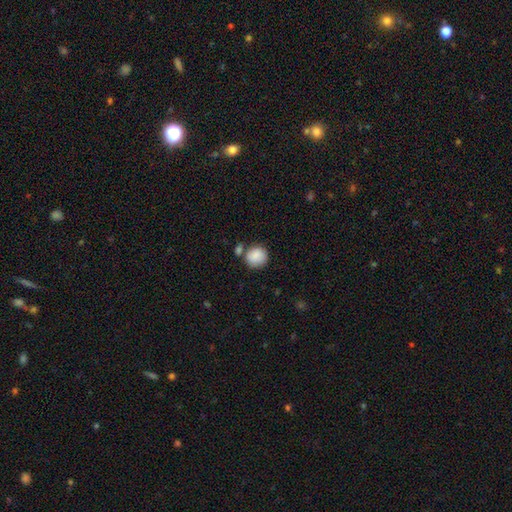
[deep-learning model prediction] Q: Smooth or featured?
A: smooth (87%); runner-up: star or artifact (7%)
Q: How rounded?
A: round (85%); runner-up: in between (14%)
Q: Merging?
A: none (63%); runner-up: merger (18%)